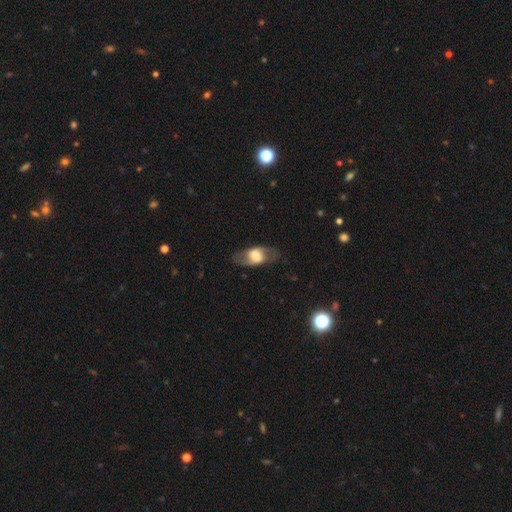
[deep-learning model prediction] smooth-or-featured: smooth: 47% (tied) | featured or disk: 47% (tied) | star or artifact: 7%
  merging: none: 76% | minor disturbance: 15% | major disturbance: 8% | merger: 1%